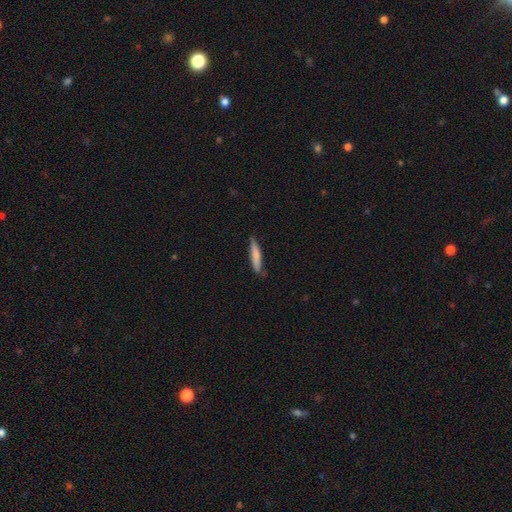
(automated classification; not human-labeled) Overall: smooth (75%). How rounded: cigar-shaped (91%). Merging: none (80%).